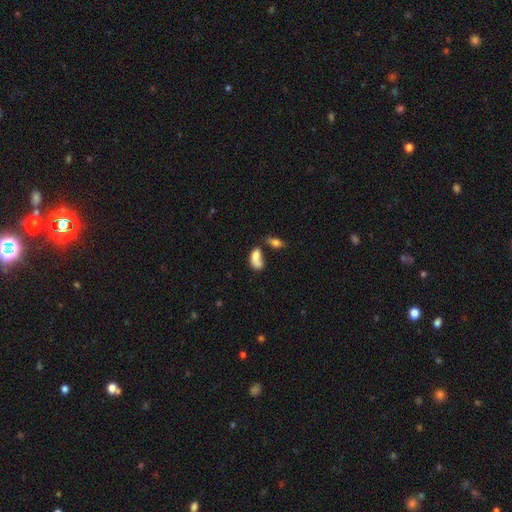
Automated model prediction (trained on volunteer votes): smooth-or-featured: smooth: 74% | featured or disk: 17% | star or artifact: 9%
  how-rounded: in between: 86% | round: 8% | cigar-shaped: 7%
  merging: merger: 42% | none: 28% | minor disturbance: 17% | major disturbance: 14%